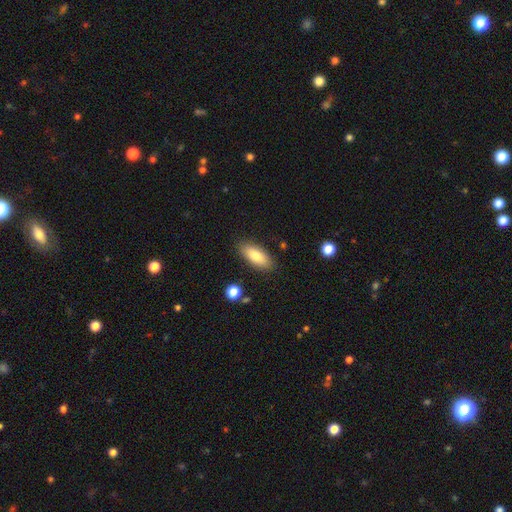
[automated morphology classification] A smooth galaxy with no disk features (80%) that is in between round and cigar-shaped (78%).

Vote fractions:
- Smooth or featured? smooth: 80% / featured or disk: 13% / star or artifact: 7%
- How rounded? in between: 78% / cigar-shaped: 20% / round: 2%
- Merging? none: 86% / minor disturbance: 10% / major disturbance: 2% / merger: 2%